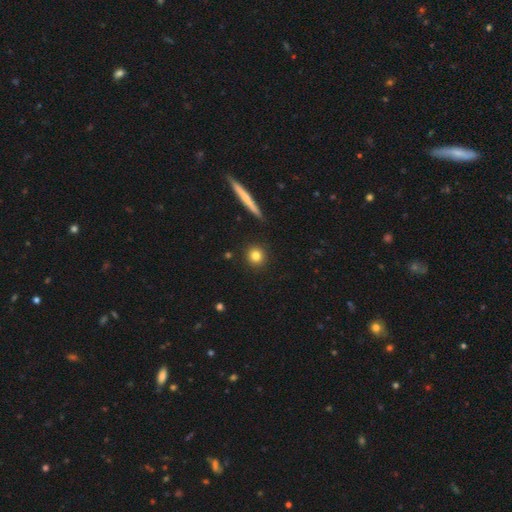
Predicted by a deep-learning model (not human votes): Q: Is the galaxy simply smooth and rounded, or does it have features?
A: smooth — 81%.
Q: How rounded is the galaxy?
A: round — 91%.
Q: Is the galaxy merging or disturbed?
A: none — 91%.